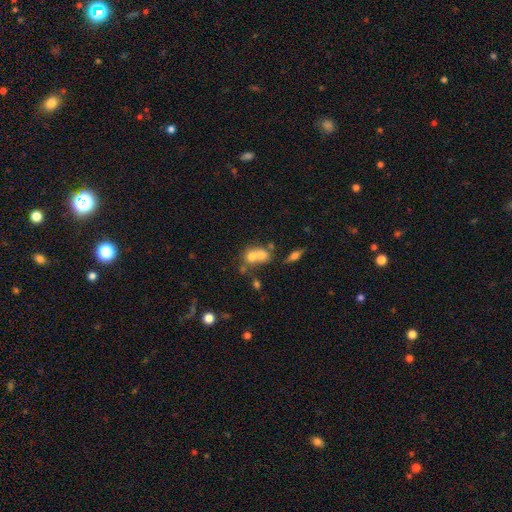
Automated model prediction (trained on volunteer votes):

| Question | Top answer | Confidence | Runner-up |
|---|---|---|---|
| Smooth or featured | smooth | 68% | featured or disk (20%) |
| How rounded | in between | 50% | round (48%) |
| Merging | merger | 57% | none (27%) |